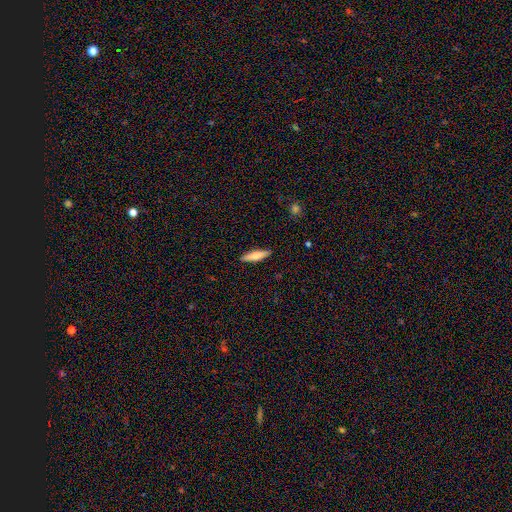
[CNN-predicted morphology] Overall: smooth (70%). How rounded: cigar-shaped (78%). Merging: none (90%).